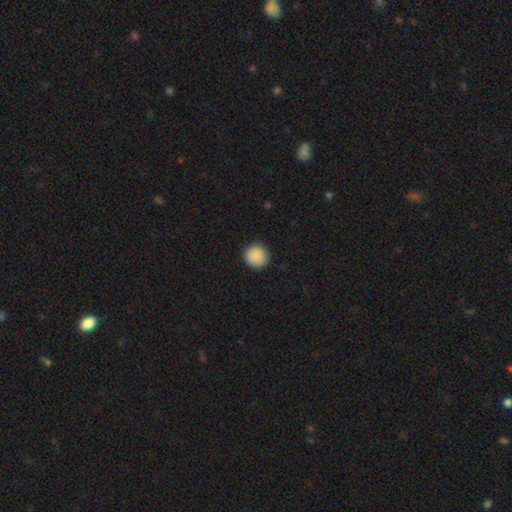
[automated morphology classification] Smooth or featured: smooth — 90% (star or artifact — 8%)
How rounded: round — 95% (in between — 4%)
Merging: none — 91% (minor disturbance — 6%)